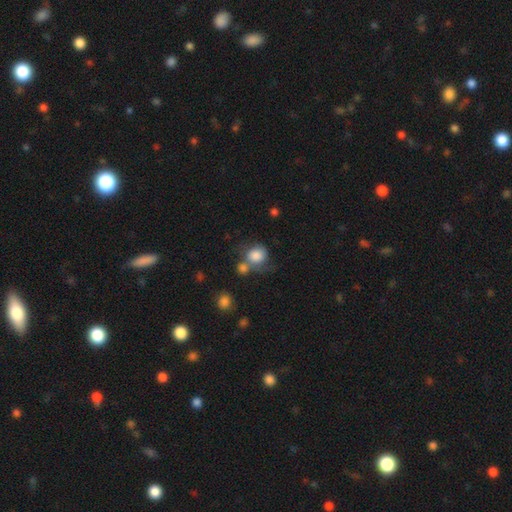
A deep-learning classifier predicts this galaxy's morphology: Overall: smooth (80%). How rounded: round (73%). Merging: none (37%; merger 33%).